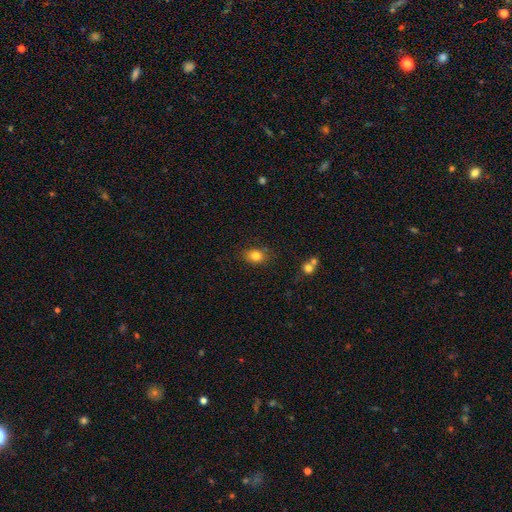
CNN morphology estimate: Q: Smooth or featured?
A: smooth (81%); runner-up: star or artifact (11%)
Q: How rounded?
A: in between (57%); runner-up: round (42%)
Q: Merging?
A: none (81%); runner-up: minor disturbance (13%)